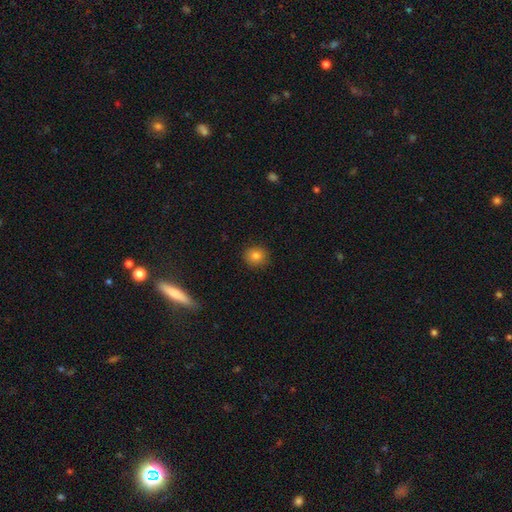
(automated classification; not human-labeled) This appears to be a smooth galaxy with no disk features (82%) that is round (80%). Merging: none (89%).